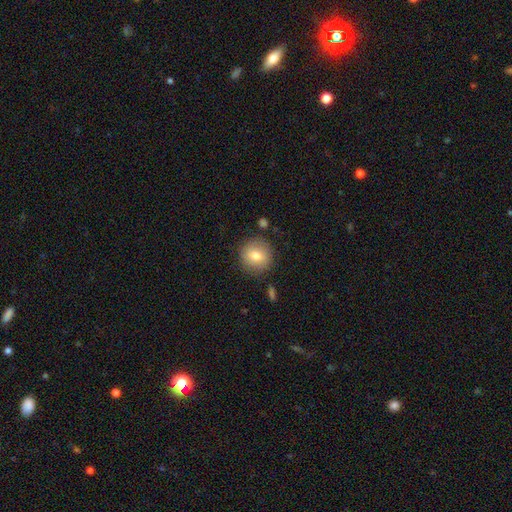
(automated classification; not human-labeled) Morphology: type=smooth (78%); roundness=round (90%); merging=none (84%).